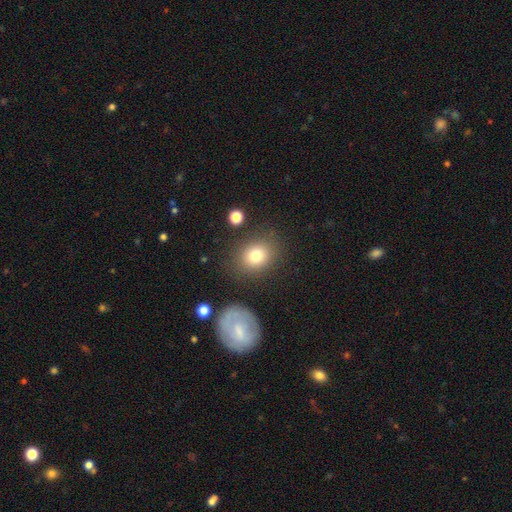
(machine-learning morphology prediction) smooth-or-featured: smooth: 80% | star or artifact: 11% | featured or disk: 10%
  how-rounded: round: 62% | in between: 37% | cigar-shaped: 1%
  merging: none: 80% | minor disturbance: 12% | major disturbance: 5% | merger: 4%